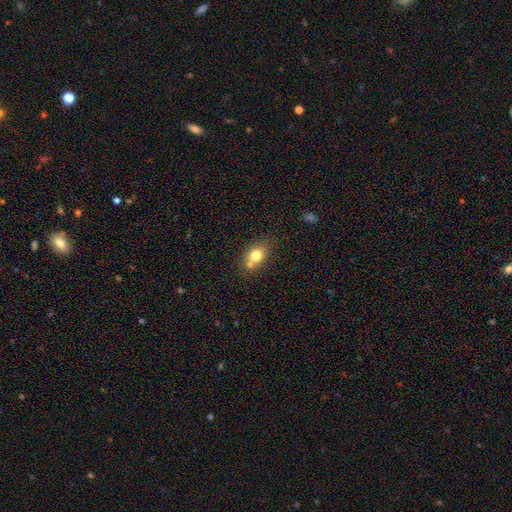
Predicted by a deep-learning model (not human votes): Q: Smooth or featured?
A: smooth (75%); runner-up: featured or disk (15%)
Q: How rounded?
A: in between (67%); runner-up: round (30%)
Q: Merging?
A: none (56%); runner-up: merger (24%)